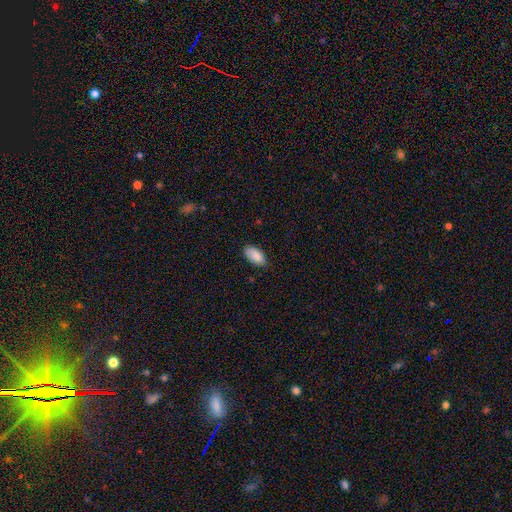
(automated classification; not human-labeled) A smooth galaxy with no disk features (88%) that is in between round and cigar-shaped (94%). Merging: none (80%).